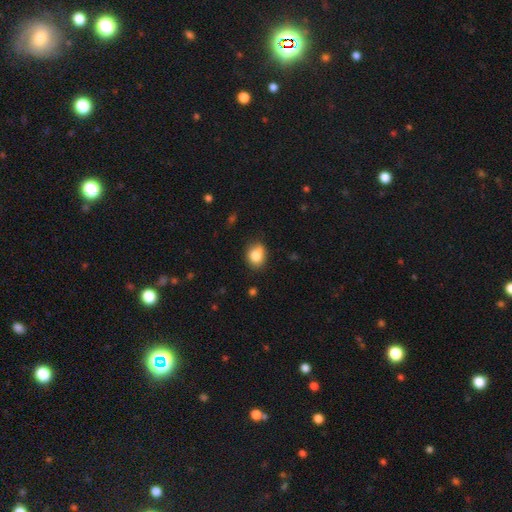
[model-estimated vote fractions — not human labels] The model was most divided on "how rounded": round: 56%, in between: 43%, cigar-shaped: 1%. More confident: smooth or featured — smooth (81%); merging — none (68%).